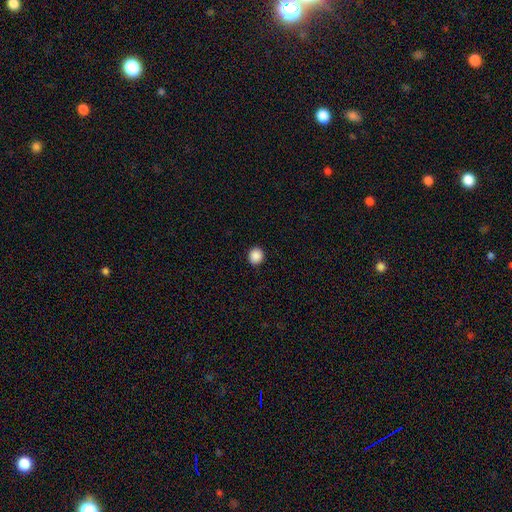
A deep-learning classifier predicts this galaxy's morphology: smooth-or-featured: smooth: 88% | star or artifact: 9% | featured or disk: 3%
  how-rounded: round: 87% | in between: 12% | cigar-shaped: 1%
  merging: none: 93% | minor disturbance: 4% | major disturbance: 2% | merger: 1%